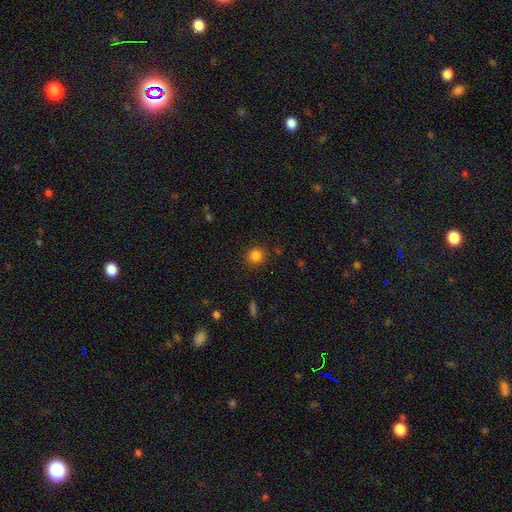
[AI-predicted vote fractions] Smooth or featured? Predicted: smooth (p=0.83). How rounded? Predicted: round (p=0.89). Merging? Predicted: none (p=0.89).